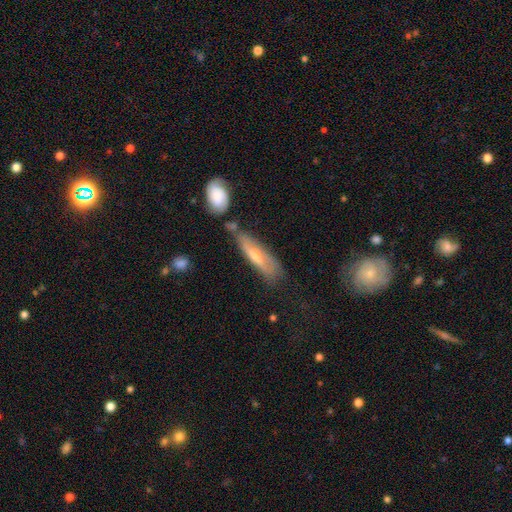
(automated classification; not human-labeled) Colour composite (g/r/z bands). It shows a featured or disk galaxy (48%). Merging: none (58%).